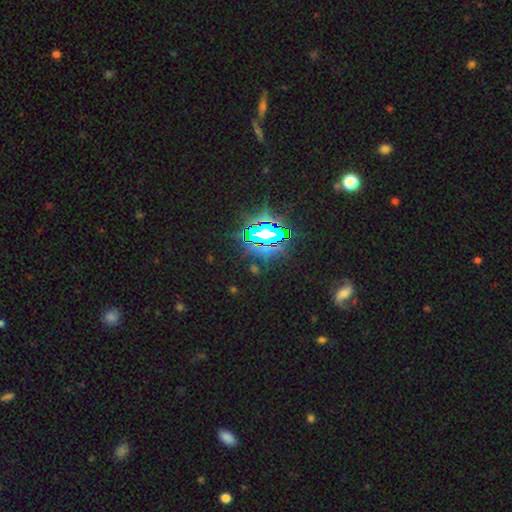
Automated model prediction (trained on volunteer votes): This appears to be a star or artifact, not a galaxy (81%).